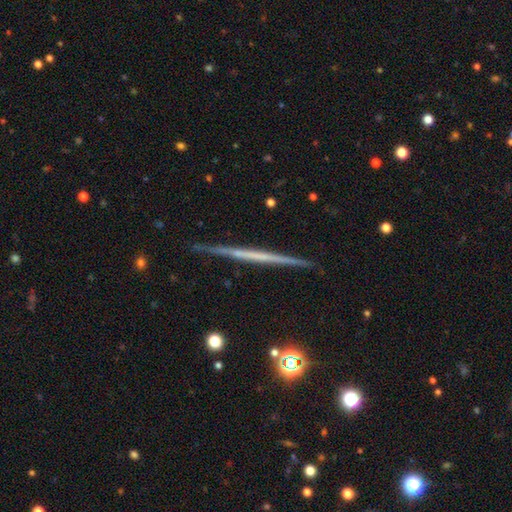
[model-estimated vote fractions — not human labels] Overall: featured or disk (69%). Edge-on disk: yes (98%). Edge-on bulge: none (91%). Merging: none (91%).